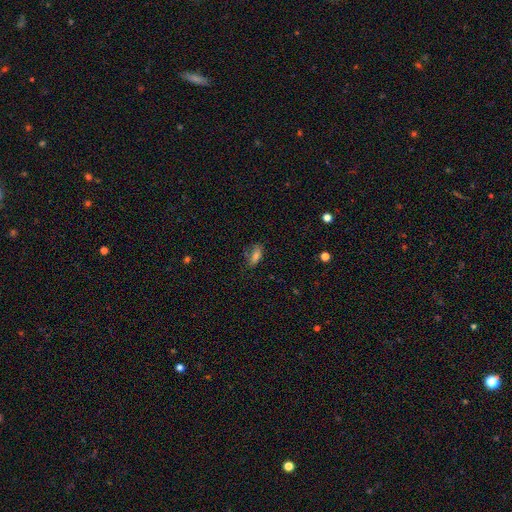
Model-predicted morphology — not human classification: type=smooth (72%); roundness=in between (78%); merging=none (70%).